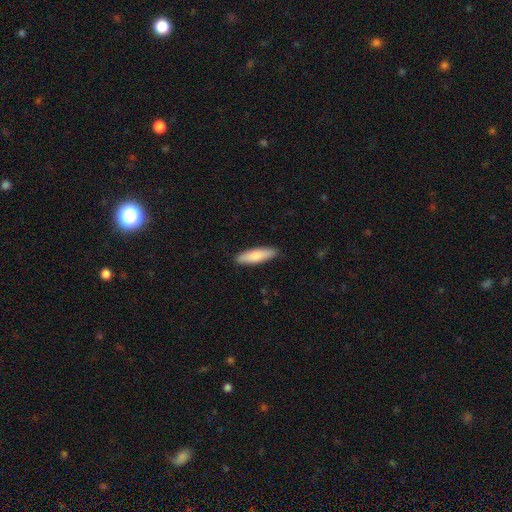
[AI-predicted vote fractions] A smooth galaxy with no disk features (80%) that is cigar-shaped (63%).

Vote fractions:
- Smooth or featured? smooth: 80% / featured or disk: 14% / star or artifact: 5%
- How rounded? cigar-shaped: 63% / in between: 35% / round: 2%
- Merging? none: 89% / minor disturbance: 8% / major disturbance: 2% / merger: 1%